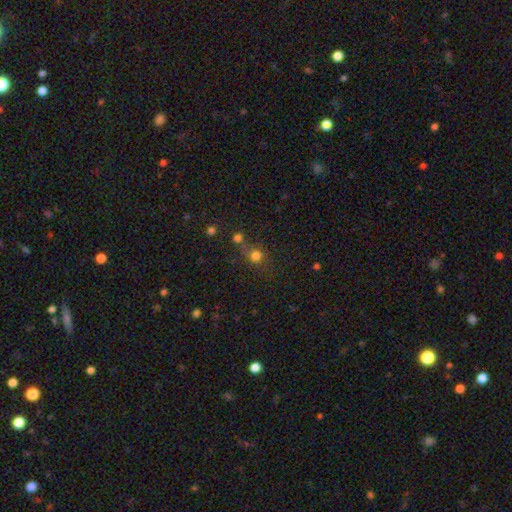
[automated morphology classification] Smooth or featured?
  - smooth: 74% *
  - star or artifact: 18%
  - featured or disk: 8%
How rounded?
  - round: 86% *
  - in between: 13%
  - cigar-shaped: 1%
Merging?
  - none: 60% *
  - merger: 22%
  - minor disturbance: 12%
  - major disturbance: 7%